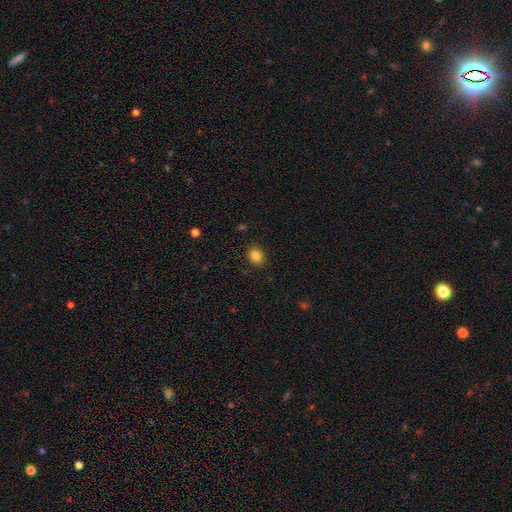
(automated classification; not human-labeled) The model was most divided on "how rounded": round: 68%, in between: 31%, cigar-shaped: 1%. More confident: merging — none (88%); smooth or featured — smooth (84%).